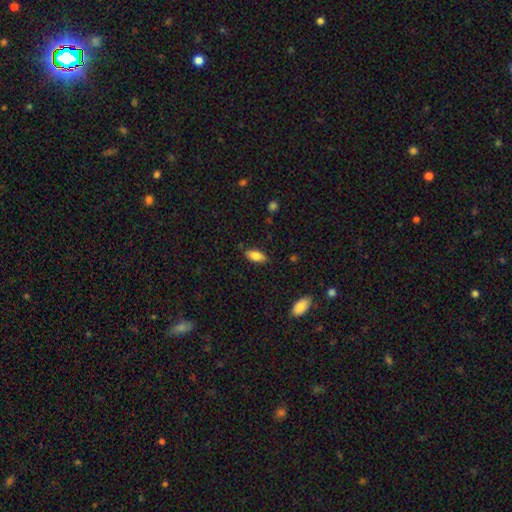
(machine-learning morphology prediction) Smooth or featured: smooth — 82% (featured or disk — 11%)
How rounded: in between — 84% (cigar-shaped — 14%)
Merging: none — 83% (minor disturbance — 13%)